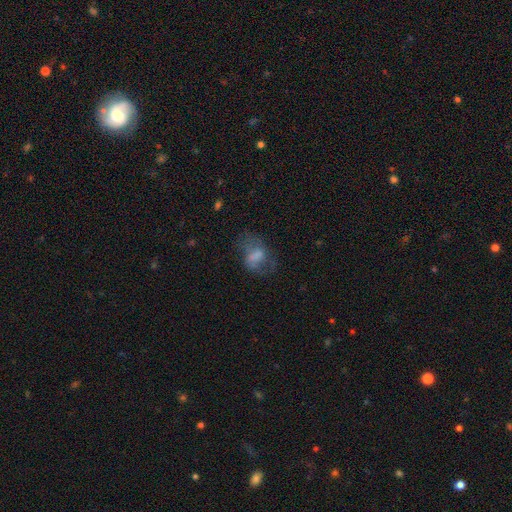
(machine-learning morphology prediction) Smooth or featured? smooth (49%)
Merging? none (39%)